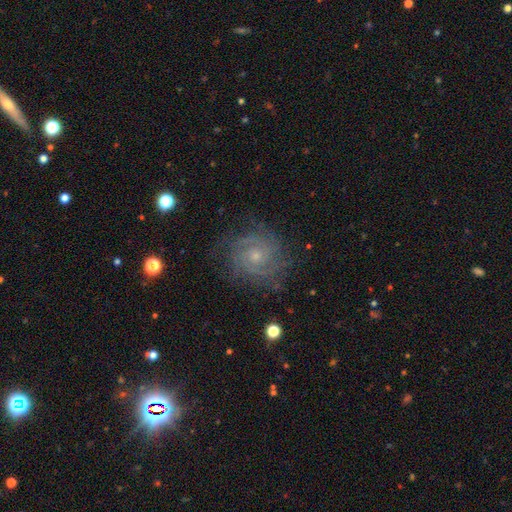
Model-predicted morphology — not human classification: Smooth or featured? featured or disk (78%)
Edge-on disk? no (98%)
Bar? no (73%)
Spiral arms? yes (96%)
Spiral winding? tight (70%)
Spiral arm count? can't tell (31%)
Bulge size? small (64%)
Merging? none (80%)